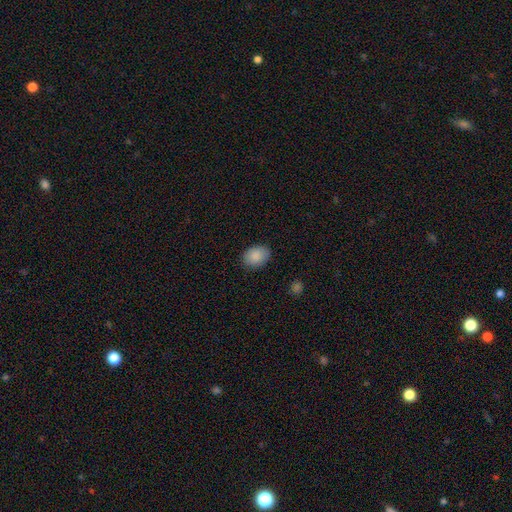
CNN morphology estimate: smooth_or_featured: smooth (p=0.88) [alt: star or artifact p=0.07]
how_rounded: in between (p=0.73) [alt: round p=0.26]
merging: none (p=0.86) [alt: minor disturbance p=0.11]